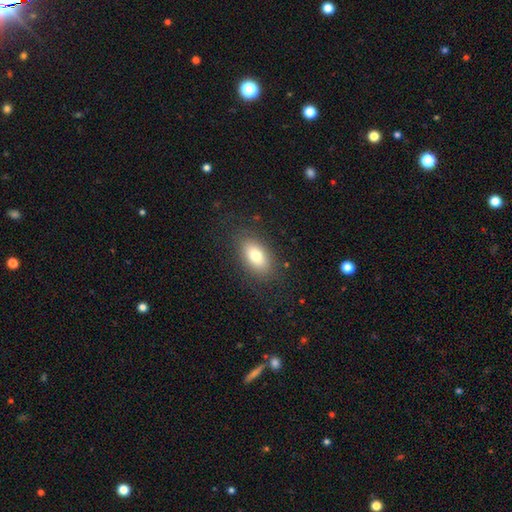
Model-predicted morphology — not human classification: Smooth or featured? smooth (79%)
How rounded? in between (90%)
Merging? none (83%)